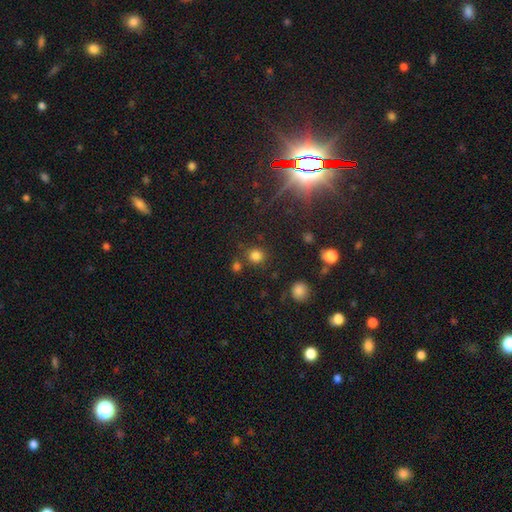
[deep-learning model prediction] smooth-or-featured: smooth: 78% | star or artifact: 17% | featured or disk: 5%
  how-rounded: round: 89% | in between: 10% | cigar-shaped: 1%
  merging: none: 78% | merger: 9% | minor disturbance: 9% | major disturbance: 4%